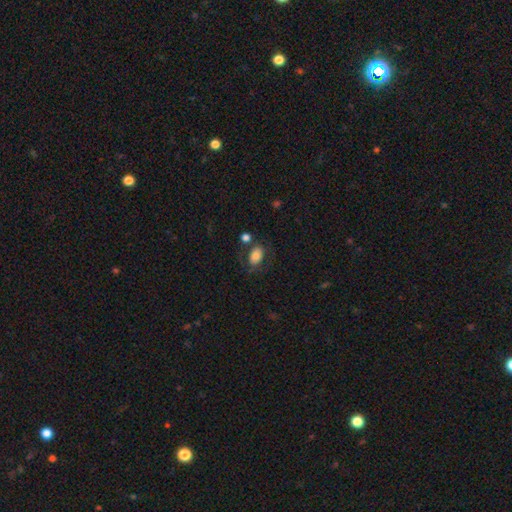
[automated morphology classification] smooth_or_featured: smooth (p=0.74) [alt: featured or disk p=0.18]
how_rounded: in between (p=0.83) [alt: round p=0.16]
merging: none (p=0.58) [alt: minor disturbance p=0.17]